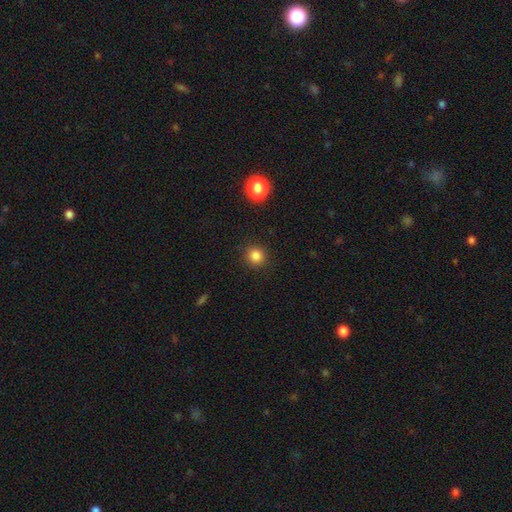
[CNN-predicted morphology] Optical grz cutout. It shows a smooth galaxy with no disk features (83%) that is round (92%). Merging: none (91%).